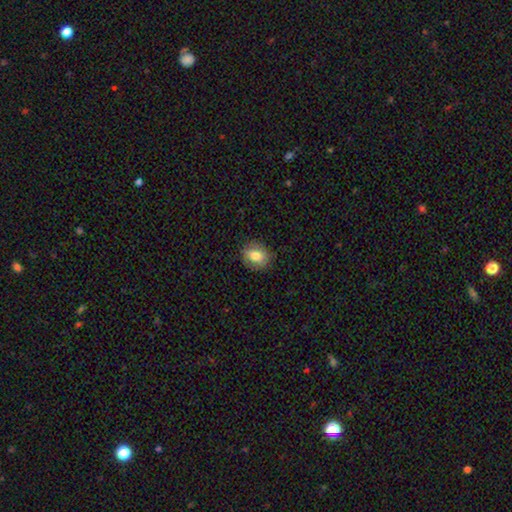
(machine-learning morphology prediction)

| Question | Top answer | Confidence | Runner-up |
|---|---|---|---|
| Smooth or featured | smooth | 77% | featured or disk (15%) |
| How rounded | round | 61% | in between (38%) |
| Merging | none | 83% | minor disturbance (13%) |